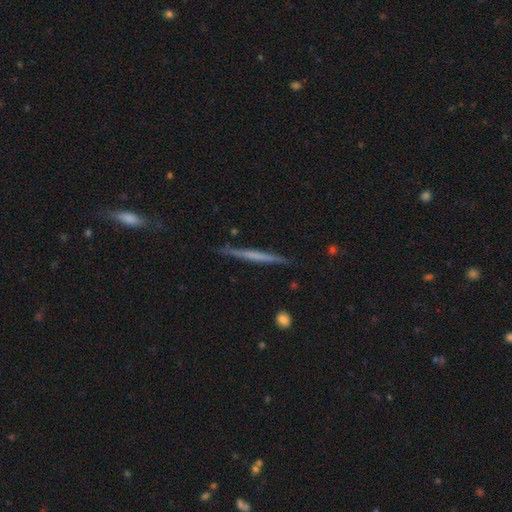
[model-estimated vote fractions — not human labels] The model was most divided on "smooth or featured": featured or disk: 52%, smooth: 43%, star or artifact: 6%. More confident: edge-on disk — yes (97%); merging — none (88%); edge-on bulge — none (84%).